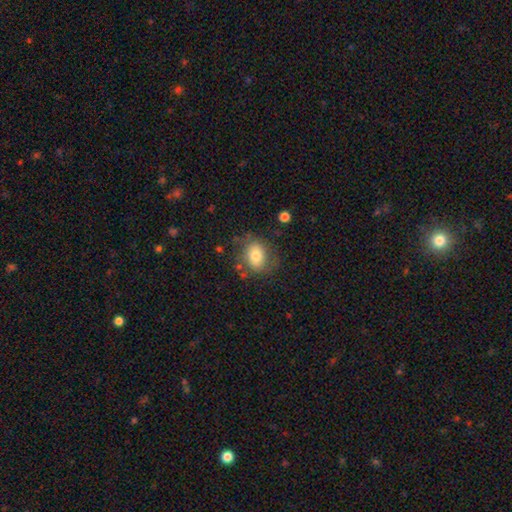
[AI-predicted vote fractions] The model was most divided on "how rounded": round: 50%, in between: 49%, cigar-shaped: 1%. More confident: smooth or featured — smooth (76%); merging — none (71%).